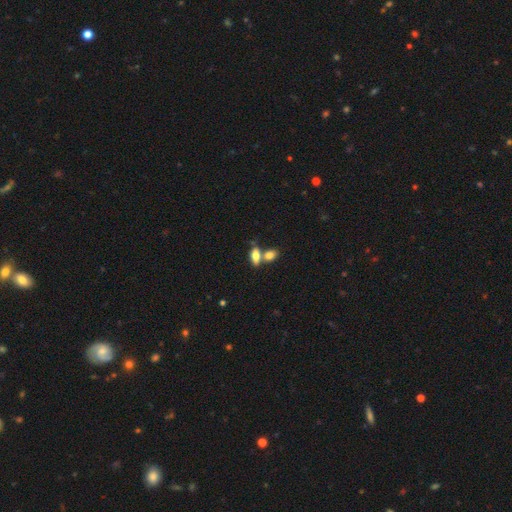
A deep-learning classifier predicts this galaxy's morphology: The model was most divided on "merging": merger: 45%, none: 41%, minor disturbance: 10%, major disturbance: 4%. More confident: how rounded — in between (83%); smooth or featured — smooth (75%).